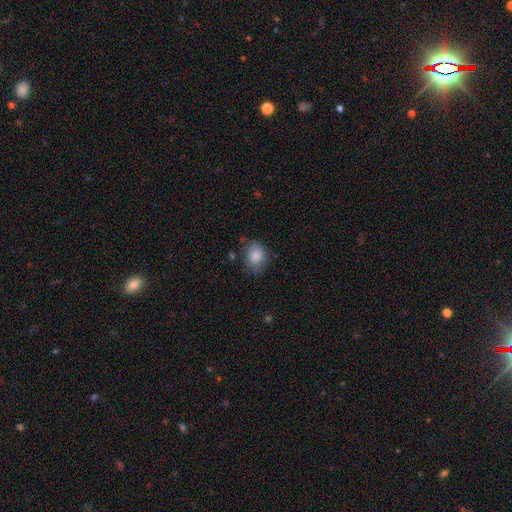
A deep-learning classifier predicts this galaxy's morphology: Smooth or featured: smooth — 86% (star or artifact — 8%)
How rounded: in between — 55% (round — 44%)
Merging: none — 71% (minor disturbance — 21%)